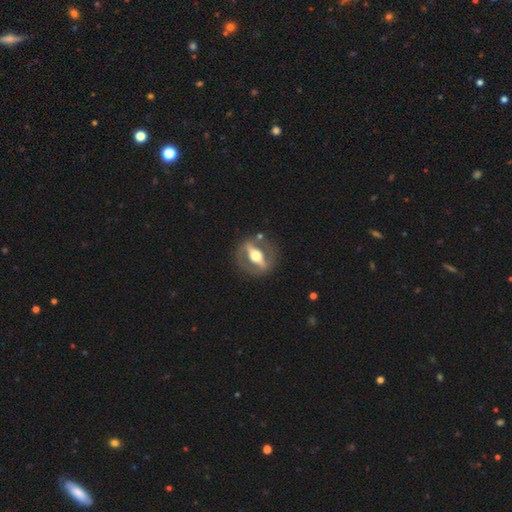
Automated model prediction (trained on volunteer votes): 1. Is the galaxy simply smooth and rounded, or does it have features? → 79% featured or disk, 16% smooth, 5% star or artifact.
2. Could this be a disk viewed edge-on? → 52% no, 48% yes.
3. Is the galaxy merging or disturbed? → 80% none, 10% minor disturbance, 7% major disturbance, 2% merger.